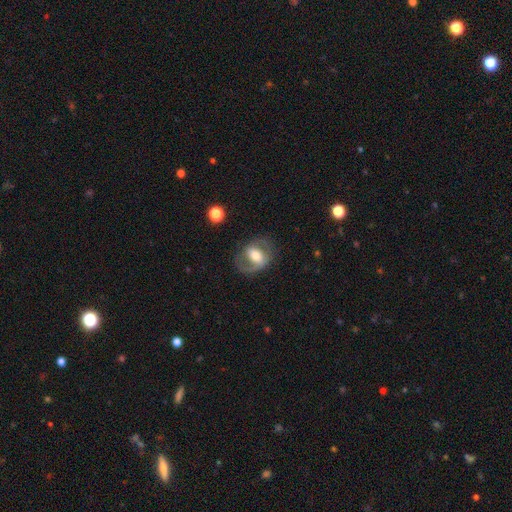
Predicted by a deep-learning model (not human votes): Morphology: type=featured or disk (64%); edge-on=no (95%); bar=weak (38%); spiral arms=yes (69%); bulge=moderate (59%); merging=none (72%).